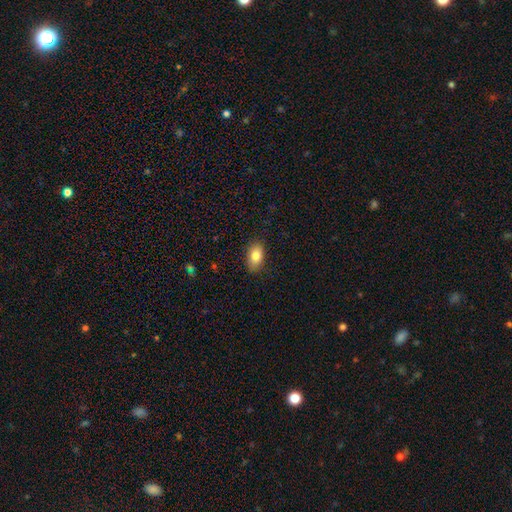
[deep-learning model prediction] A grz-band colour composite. It shows a smooth galaxy with no disk features (83%) that is in between round and cigar-shaped (91%). Merging: none (86%).